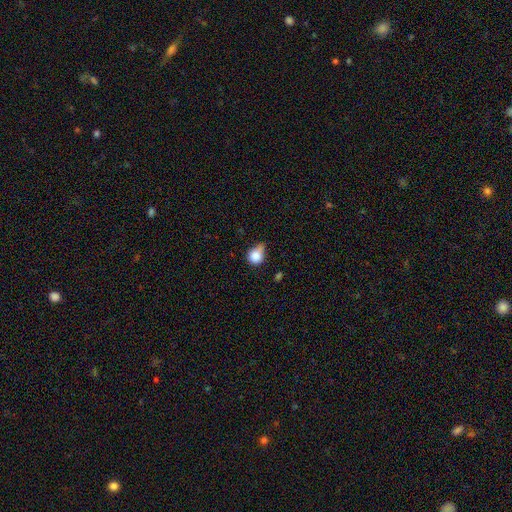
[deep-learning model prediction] smooth_or_featured: smooth (p=0.82) [alt: star or artifact p=0.09]
how_rounded: round (p=0.69) [alt: in between p=0.30]
merging: minor disturbance (p=0.49) [alt: none p=0.30]